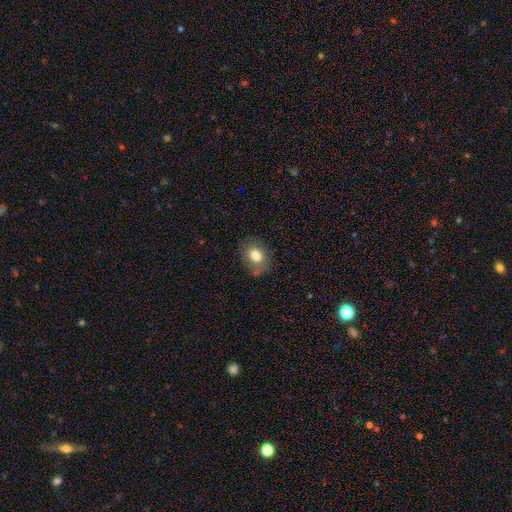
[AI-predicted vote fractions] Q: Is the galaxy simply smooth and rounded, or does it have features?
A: smooth — 79%.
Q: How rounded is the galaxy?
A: in between — 57%.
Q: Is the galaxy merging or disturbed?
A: none — 68%.